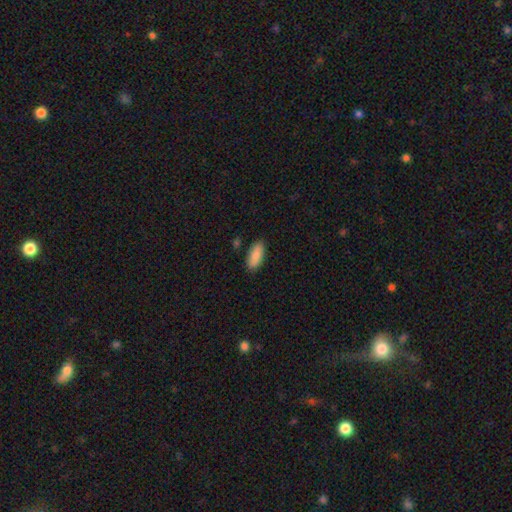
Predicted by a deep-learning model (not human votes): smooth 87%, featured or disk 7%, star or artifact 6%. Down the decision tree: how rounded — in between (83%); merging — none (86%).